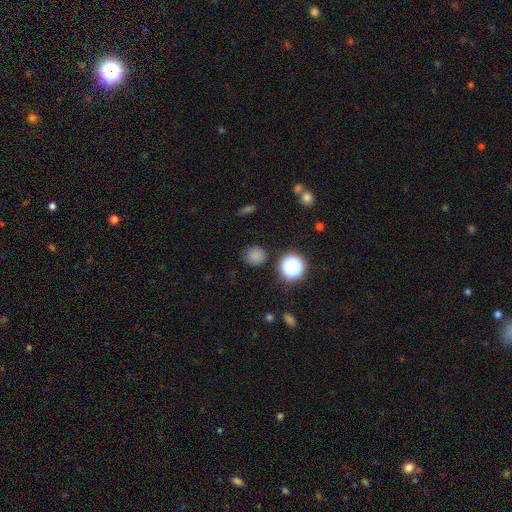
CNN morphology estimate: smooth 77%, star or artifact 18%, featured or disk 5%. Down the decision tree: how rounded — round (89%); merging — none (83%).